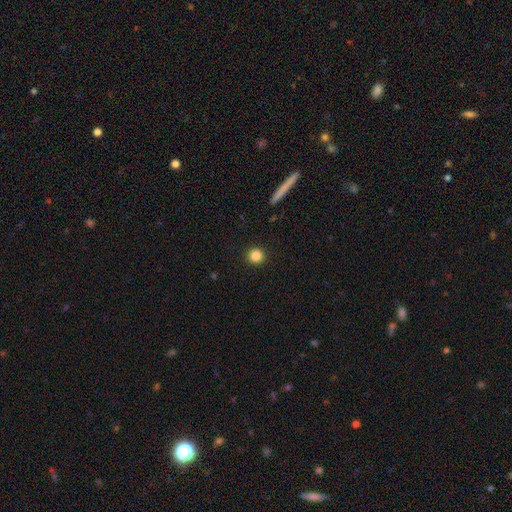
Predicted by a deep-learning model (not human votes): smooth-or-featured: smooth: 85% | star or artifact: 10% | featured or disk: 5%
  how-rounded: round: 95% | in between: 4% | cigar-shaped: 1%
  merging: none: 93% | minor disturbance: 4% | major disturbance: 2% | merger: 1%